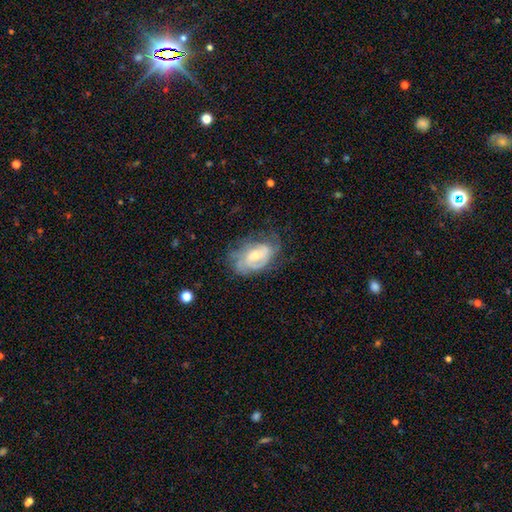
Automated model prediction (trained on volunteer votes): Q: Smooth or featured?
A: featured or disk (72%); runner-up: smooth (21%)
Q: Edge-on disk?
A: no (96%); runner-up: yes (4%)
Q: Bar?
A: no (49%); runner-up: weak (42%)
Q: Spiral arms?
A: yes (86%); runner-up: no (14%)
Q: Spiral winding?
A: tight (48%); runner-up: medium (37%)
Q: Spiral arm count?
A: can't tell (38%); runner-up: 2 (34%)
Q: Bulge size?
A: small (48%); runner-up: moderate (45%)
Q: Merging?
A: none (54%); runner-up: minor disturbance (27%)